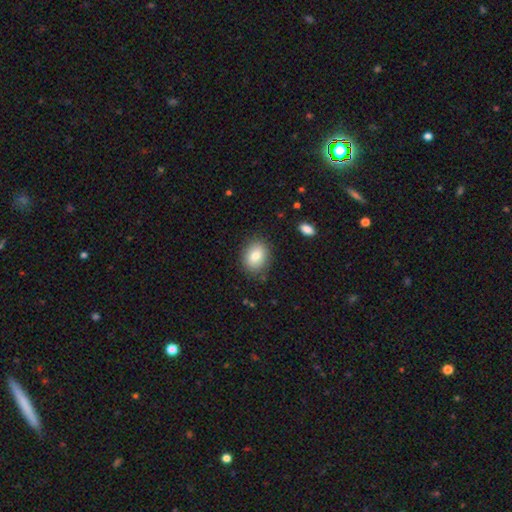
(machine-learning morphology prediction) The model was most divided on "how rounded": in between: 59%, round: 40%, cigar-shaped: 1%. More confident: merging — none (84%); smooth or featured — smooth (82%).